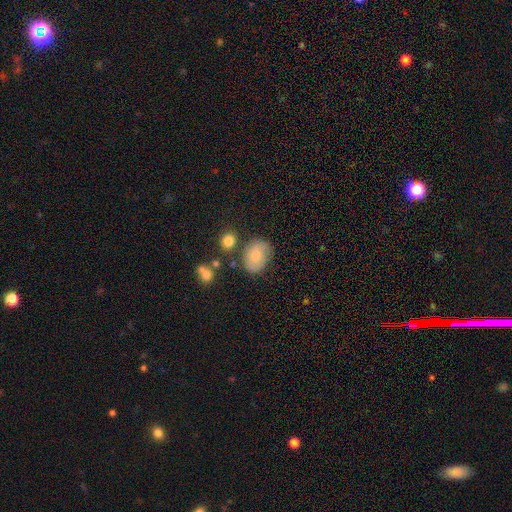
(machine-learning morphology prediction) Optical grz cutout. It shows a smooth galaxy with no disk features (70%) that is in between round and cigar-shaped (63%). Merging: none (70%).